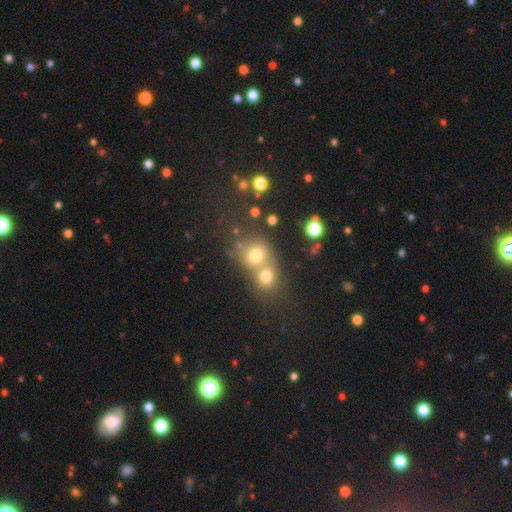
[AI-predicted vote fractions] Morphology: type=smooth (72%); roundness=round (78%); merging=merger (53%).